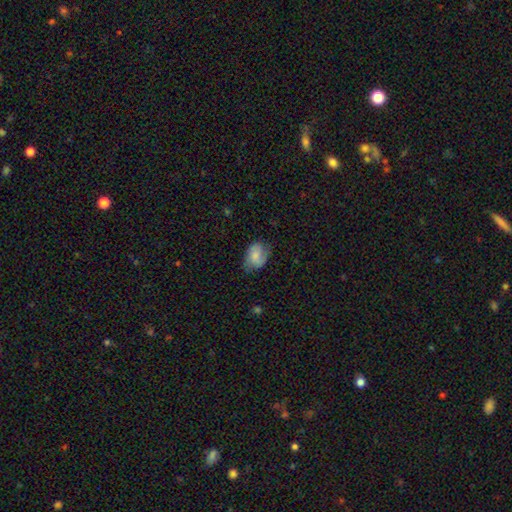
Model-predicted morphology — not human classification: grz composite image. It shows a smooth galaxy with no disk features (64%) that is in between round and cigar-shaped (77%). Merging: none (57%).